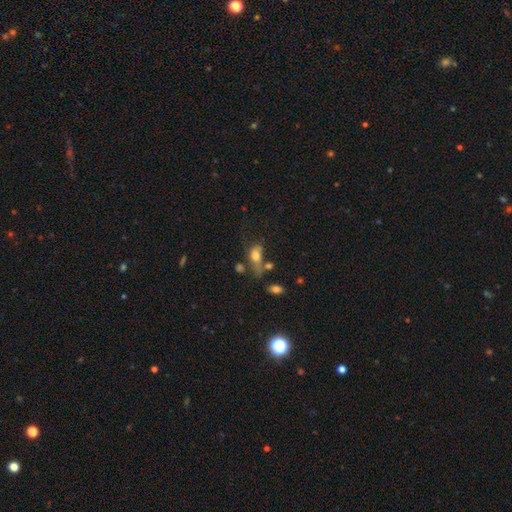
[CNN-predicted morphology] Q: Smooth or featured?
A: smooth (68%); runner-up: featured or disk (21%)
Q: How rounded?
A: in between (76%); runner-up: round (15%)
Q: Merging?
A: none (31%); runner-up: major disturbance (25%)